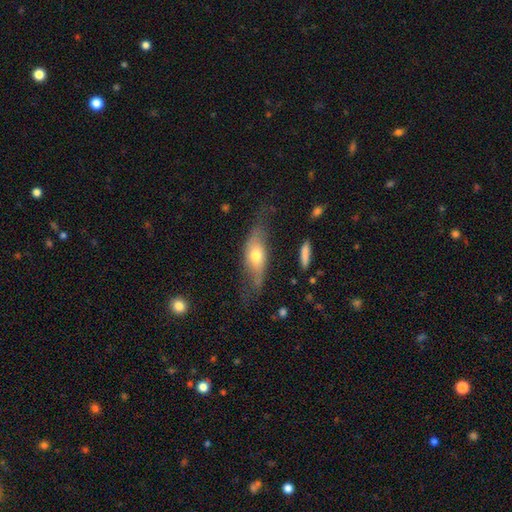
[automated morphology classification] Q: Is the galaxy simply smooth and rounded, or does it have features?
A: smooth — 47%.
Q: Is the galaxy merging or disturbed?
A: none — 50%.